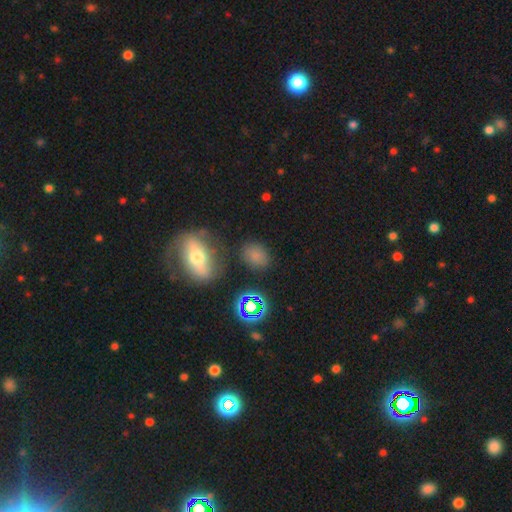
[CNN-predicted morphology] smooth-or-featured: smooth: 71% | star or artifact: 20% | featured or disk: 9%
  how-rounded: in between: 56% | round: 41% | cigar-shaped: 2%
  merging: none: 78% | minor disturbance: 13% | merger: 5% | major disturbance: 5%